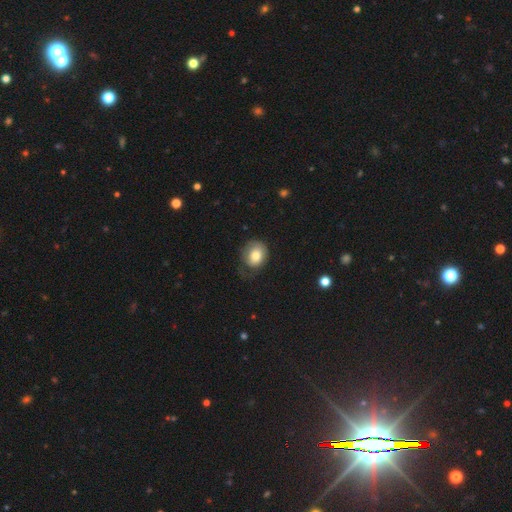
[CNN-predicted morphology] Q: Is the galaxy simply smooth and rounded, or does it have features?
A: smooth — 76%.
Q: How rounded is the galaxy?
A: round — 56%.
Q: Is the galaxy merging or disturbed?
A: none — 50%.